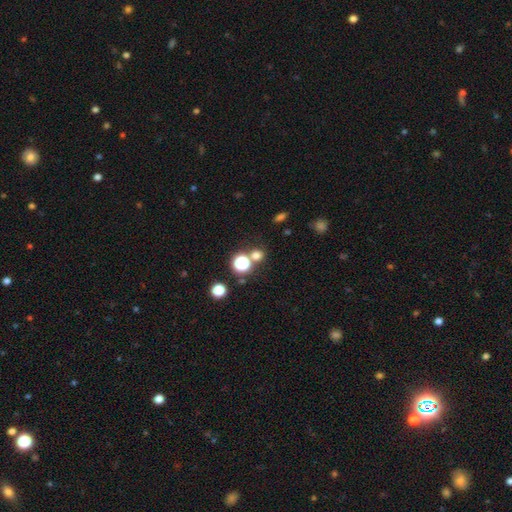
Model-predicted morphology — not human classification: A smooth galaxy with no disk features (65%) that is round (84%).

Vote fractions:
- Smooth or featured? smooth: 65% / star or artifact: 28% / featured or disk: 7%
- How rounded? round: 84% / in between: 15% / cigar-shaped: 1%
- Merging? none: 69% / merger: 20% / minor disturbance: 8% / major disturbance: 4%